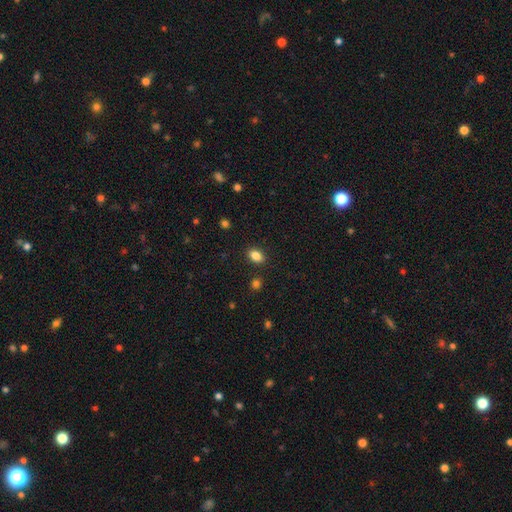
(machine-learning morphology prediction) Smooth or featured?
  - smooth: 85% *
  - star or artifact: 10%
  - featured or disk: 5%
How rounded?
  - in between: 82% *
  - round: 16%
  - cigar-shaped: 2%
Merging?
  - none: 86% *
  - minor disturbance: 9%
  - merger: 3%
  - major disturbance: 2%